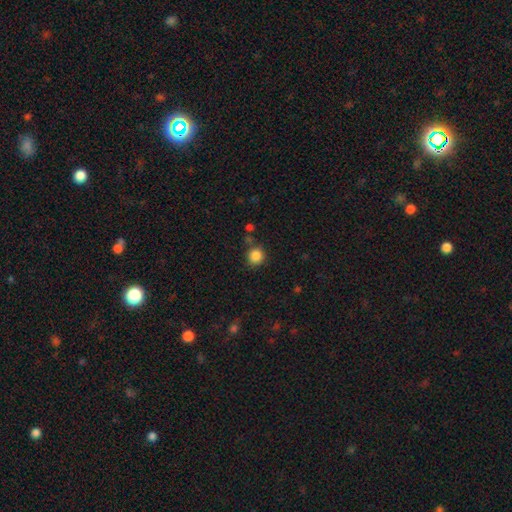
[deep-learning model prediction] smooth 86%, star or artifact 11%, featured or disk 4%. Down the decision tree: how rounded — round (90%); merging — none (81%).